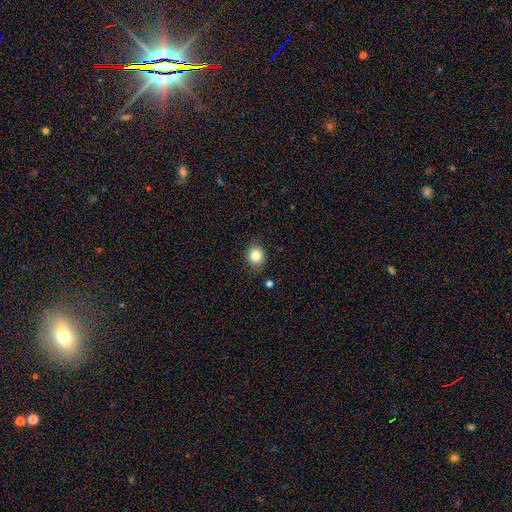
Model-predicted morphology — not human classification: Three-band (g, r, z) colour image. It shows a smooth galaxy with no disk features (82%) that is round (77%). Merging: none (86%).